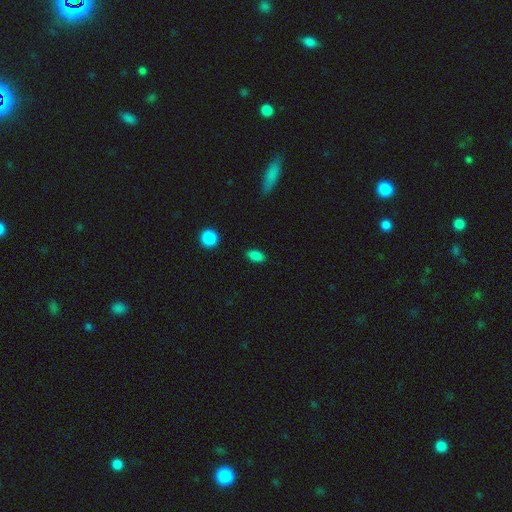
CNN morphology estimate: A smooth galaxy with no disk features (86%) that is in between round and cigar-shaped (88%). Merging: none (87%).